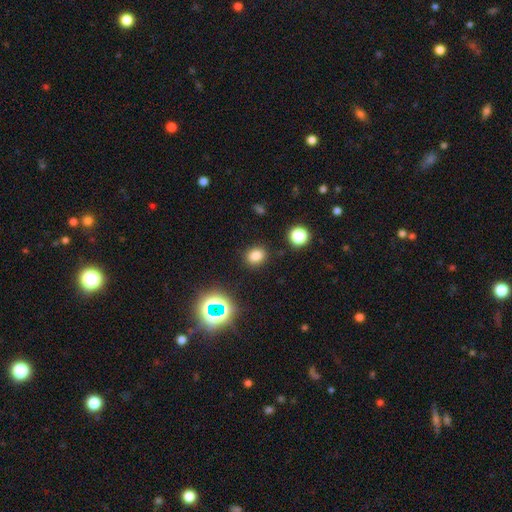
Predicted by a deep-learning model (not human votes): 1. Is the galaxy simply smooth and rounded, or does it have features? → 78% smooth, 17% star or artifact, 5% featured or disk.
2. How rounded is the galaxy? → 58% round, 41% in between, 1% cigar-shaped.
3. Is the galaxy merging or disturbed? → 86% none, 8% minor disturbance, 3% major disturbance, 2% merger.